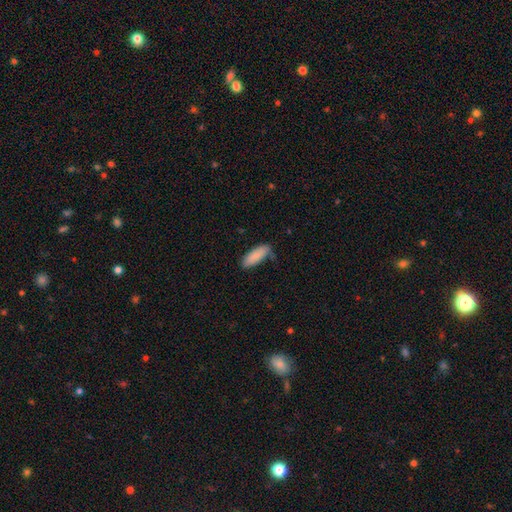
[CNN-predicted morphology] smooth 87%, featured or disk 7%, star or artifact 6%. Down the decision tree: how rounded — in between (68%); merging — none (67%).